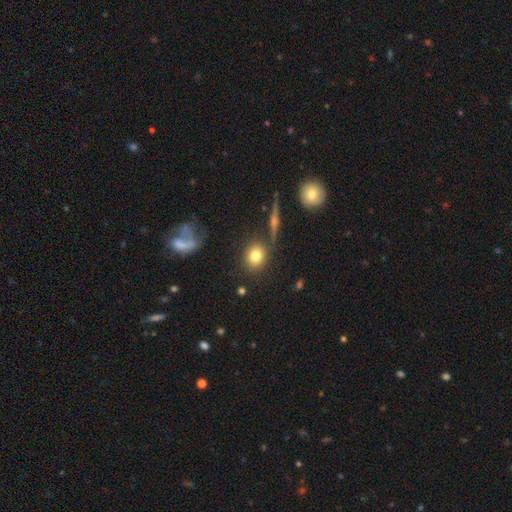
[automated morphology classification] type=smooth (76%); roundness=round (67%); merging=none (79%).